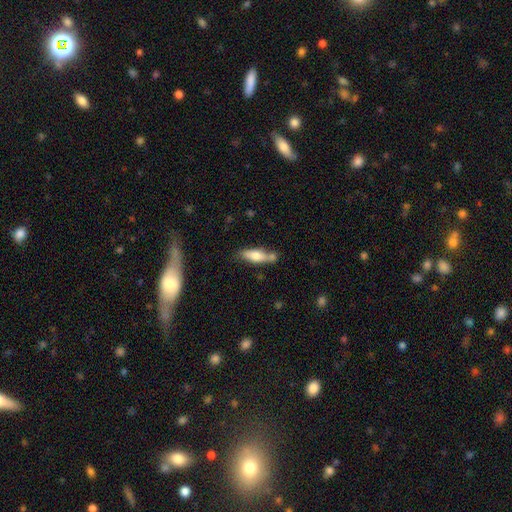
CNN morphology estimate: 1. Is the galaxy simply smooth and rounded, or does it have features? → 63% smooth, 30% featured or disk, 7% star or artifact.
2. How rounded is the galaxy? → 50% cigar-shaped, 48% in between, 3% round.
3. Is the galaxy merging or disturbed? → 58% none, 19% merger, 18% minor disturbance, 5% major disturbance.